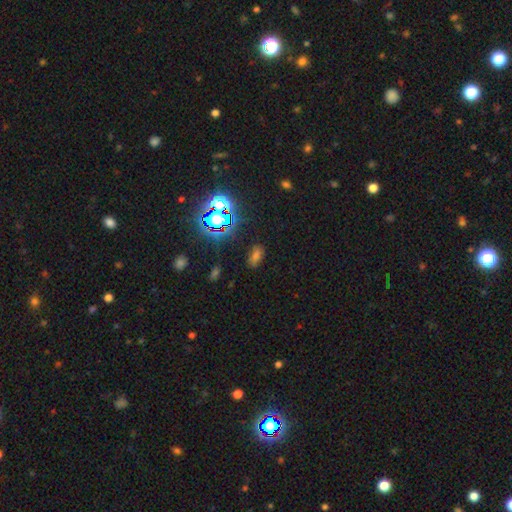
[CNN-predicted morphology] Smooth or featured? Predicted: star or artifact (p=0.45).